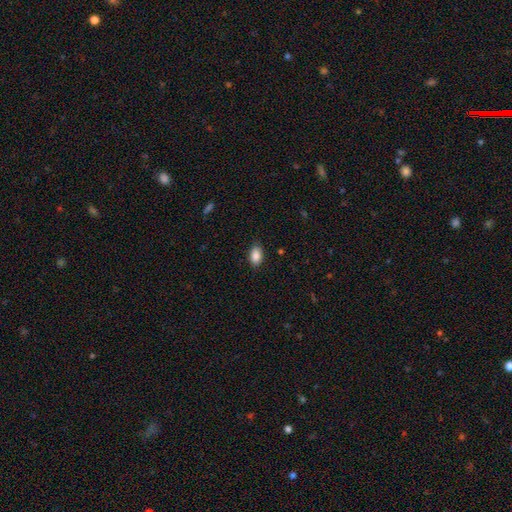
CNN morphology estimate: A smooth galaxy with no disk features (88%) that is in between round and cigar-shaped (90%).

Vote fractions:
- Smooth or featured? smooth: 88% / star or artifact: 7% / featured or disk: 5%
- How rounded? in between: 90% / round: 7% / cigar-shaped: 2%
- Merging? none: 85% / minor disturbance: 12% / major disturbance: 2% / merger: 1%